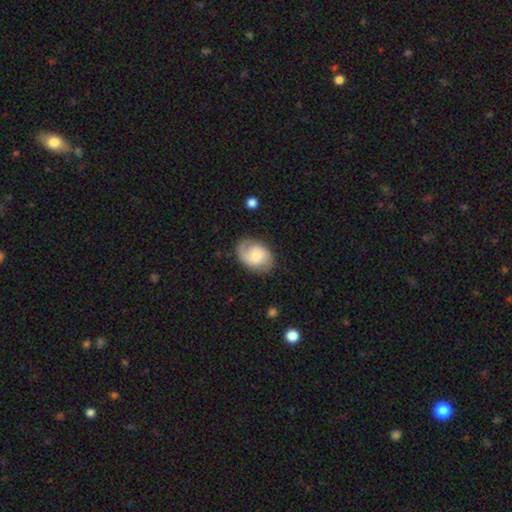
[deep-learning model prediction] A featured or disk galaxy (55%) with no bar (58%), spiral arms (88%) and a moderate central bulge (44%). Merging: none (75%).